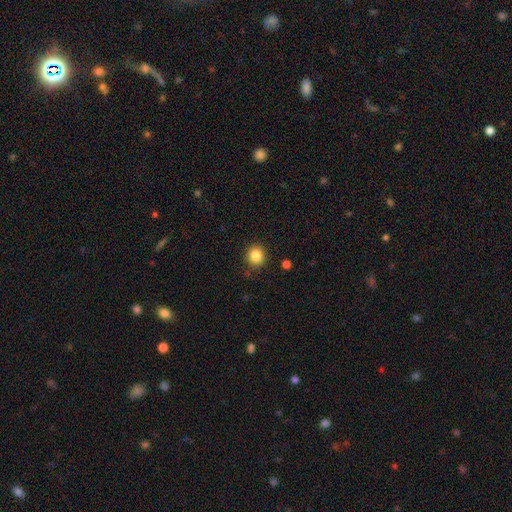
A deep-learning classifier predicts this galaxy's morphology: This appears to be a smooth galaxy with no disk features (86%) that is round (85%). Merging: none (88%).